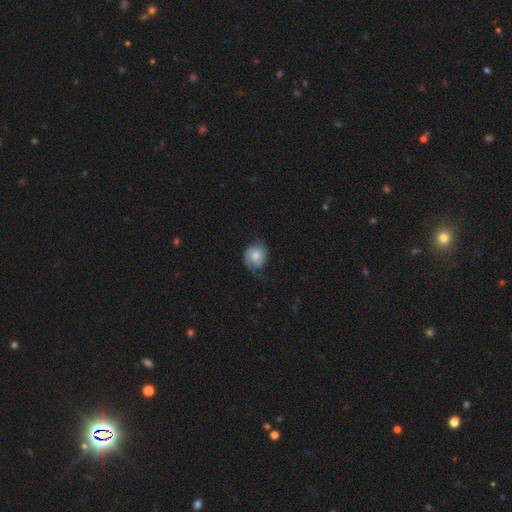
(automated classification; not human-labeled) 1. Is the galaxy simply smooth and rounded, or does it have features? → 48% featured or disk, 45% smooth, 7% star or artifact.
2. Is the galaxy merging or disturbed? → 59% none, 27% minor disturbance, 13% major disturbance, 1% merger.